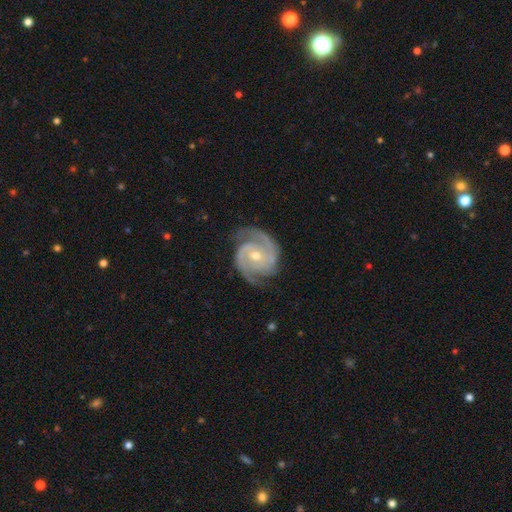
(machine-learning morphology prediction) This is clearly a featured or disk galaxy (92%). It is clearly not viewed edge-on (98%). Bar: possibly no (53%). Spiral arm pattern: clearly yes (98%). Spiral arm count: likely 2 (72%). Spiral winding: possibly tight (53%). Central bulge: possibly moderate (51%). Merging: likely none (78%).